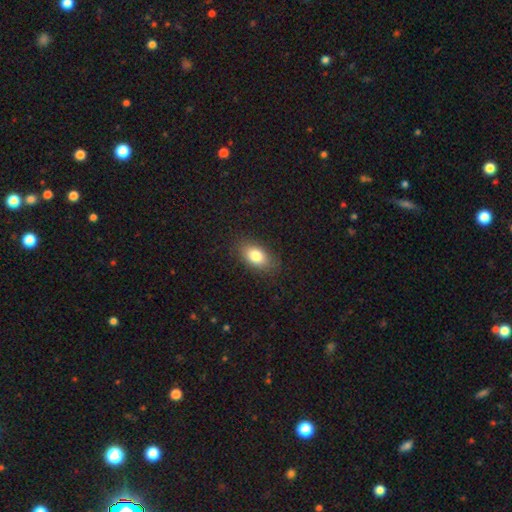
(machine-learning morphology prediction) A smooth galaxy with no disk features (82%) that is in between round and cigar-shaped (88%).

Vote fractions:
- Smooth or featured? smooth: 82% / featured or disk: 10% / star or artifact: 8%
- How rounded? in between: 88% / round: 9% / cigar-shaped: 3%
- Merging? none: 84% / minor disturbance: 11% / major disturbance: 3% / merger: 1%